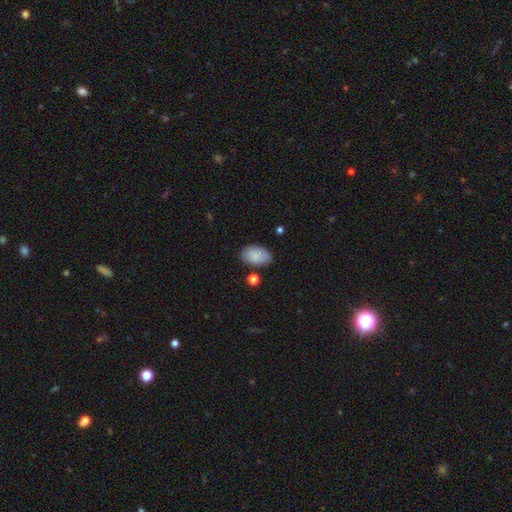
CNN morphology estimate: A smooth galaxy with no disk features (84%) that is in between round and cigar-shaped (93%). Merging: none (78%).